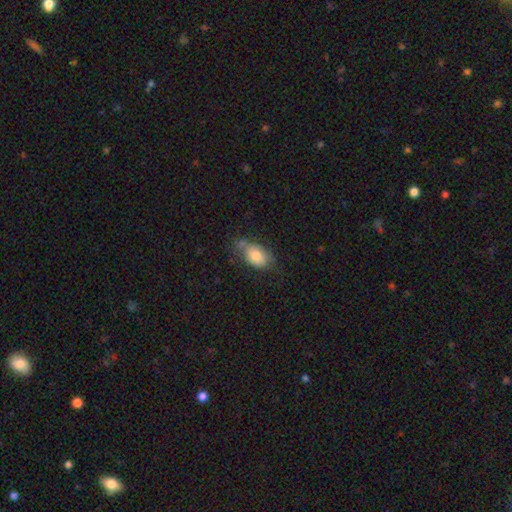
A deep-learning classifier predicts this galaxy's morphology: Smooth or featured? smooth (76%)
How rounded? in between (88%)
Merging? none (49%)